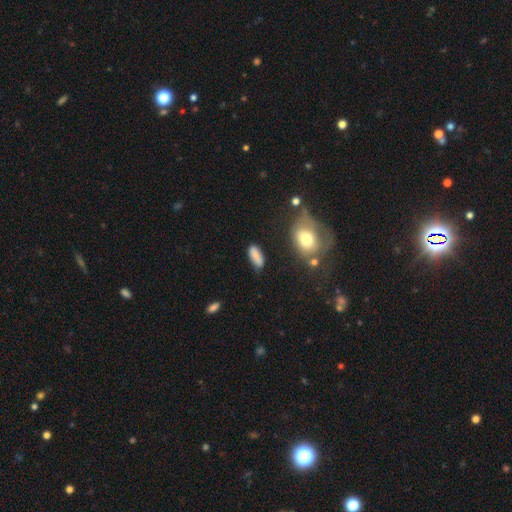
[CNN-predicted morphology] This is clearly a smooth galaxy (84%). How rounded: likely in between (71%). Merging: likely none (75%).